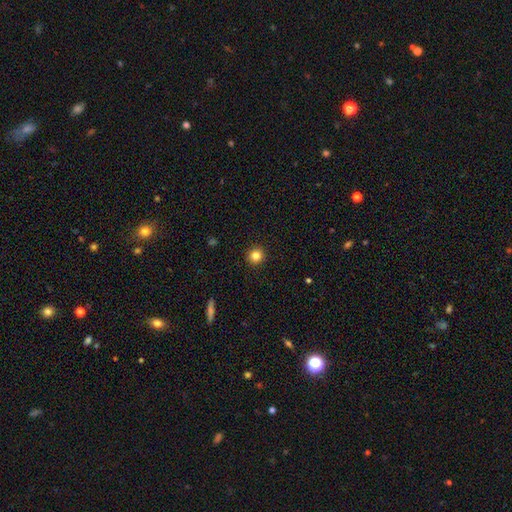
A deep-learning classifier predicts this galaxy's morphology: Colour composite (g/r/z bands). It shows a smooth galaxy with no disk features (82%) that is round (93%). Merging: none (93%).